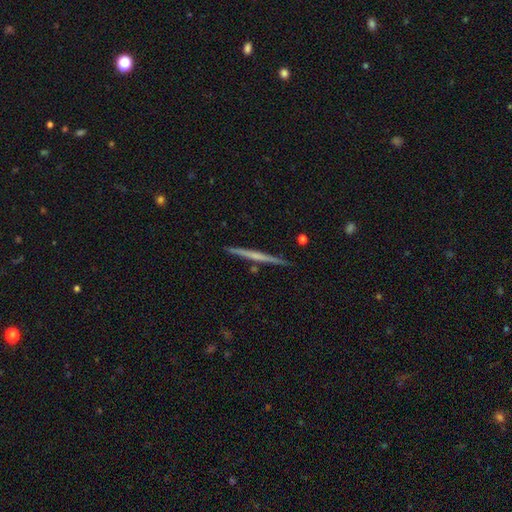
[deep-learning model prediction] Morphology: type=featured or disk (59%); edge-on=yes (98%); edge-on bulge=none (78%); merging=none (91%).